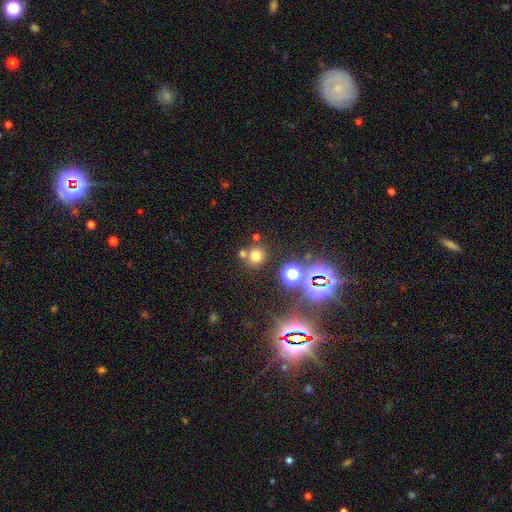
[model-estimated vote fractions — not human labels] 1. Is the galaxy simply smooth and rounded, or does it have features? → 69% smooth, 24% star or artifact, 8% featured or disk.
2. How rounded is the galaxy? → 88% round, 11% in between, 1% cigar-shaped.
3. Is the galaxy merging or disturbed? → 69% none, 18% merger, 8% minor disturbance, 4% major disturbance.